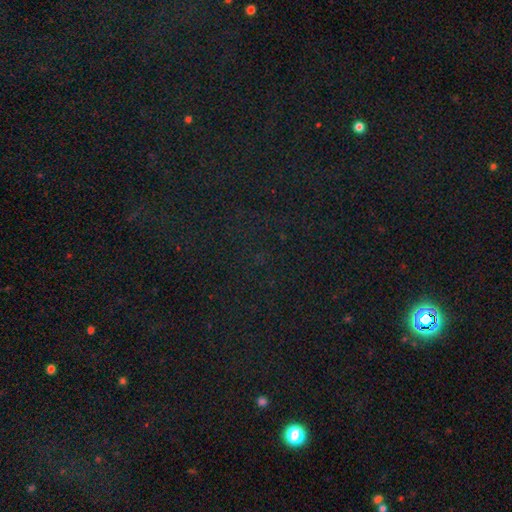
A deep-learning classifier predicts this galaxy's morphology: Smooth or featured?
  - star or artifact: 77% *
  - smooth: 15%
  - featured or disk: 8%